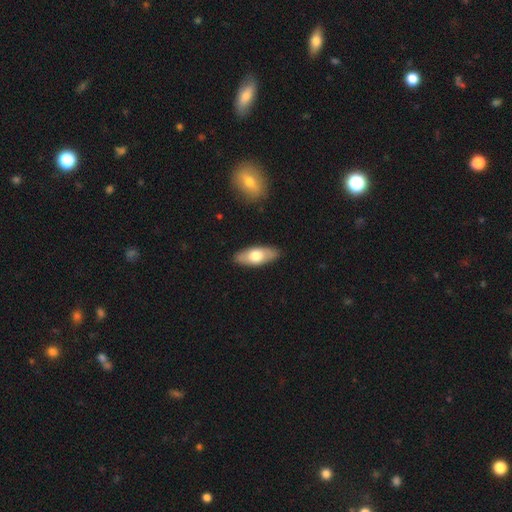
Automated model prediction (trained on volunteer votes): Smooth or featured: smooth — 64% (featured or disk — 31%)
How rounded: in between — 81% (cigar-shaped — 17%)
Merging: none — 88% (minor disturbance — 9%)